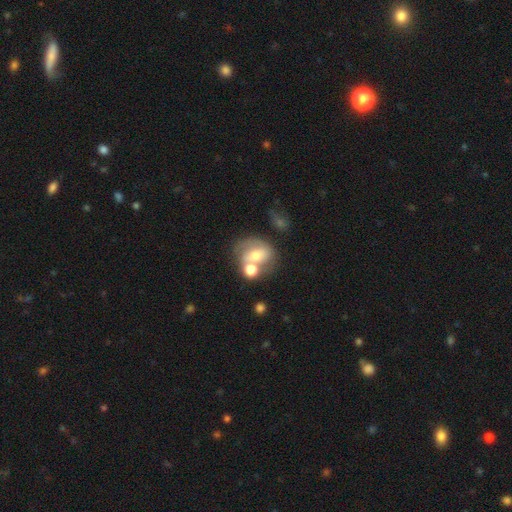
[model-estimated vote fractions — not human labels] Smooth or featured? smooth (48%)
Merging? merger (41%)